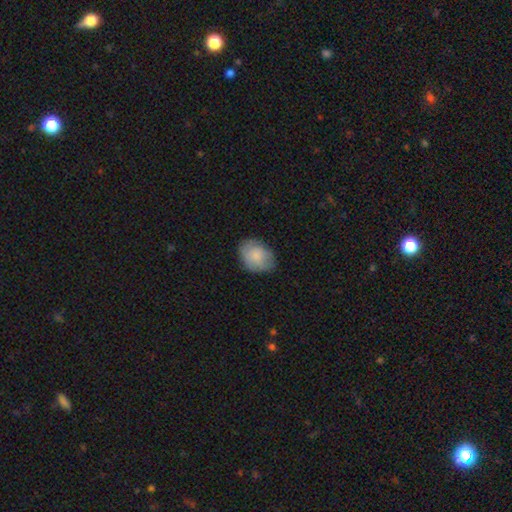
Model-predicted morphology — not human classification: This appears to be a smooth galaxy with no disk features (81%) that is in between round and cigar-shaped (69%). Merging: none (76%).